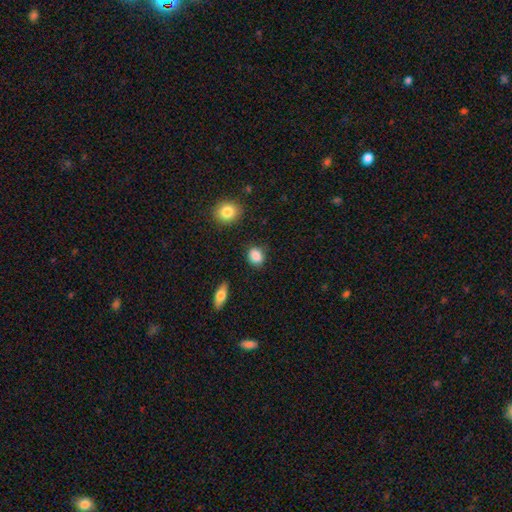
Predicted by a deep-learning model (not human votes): Q: Smooth or featured?
A: smooth (88%); runner-up: star or artifact (8%)
Q: How rounded?
A: in between (54%); runner-up: round (44%)
Q: Merging?
A: none (82%); runner-up: minor disturbance (13%)